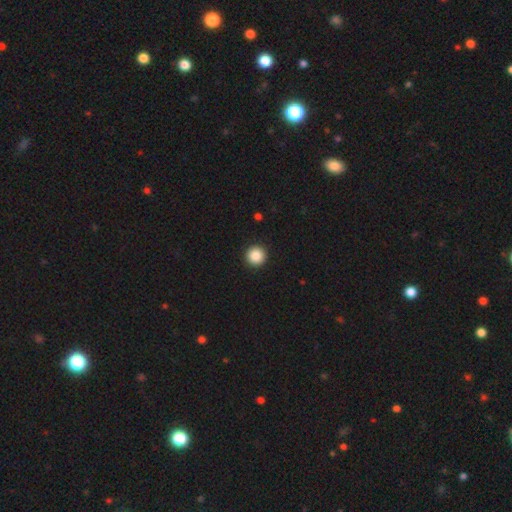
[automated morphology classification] A smooth galaxy with no disk features (88%) that is round (96%).

Vote fractions:
- Smooth or featured? smooth: 88% / star or artifact: 9% / featured or disk: 3%
- How rounded? round: 96% / in between: 3% / cigar-shaped: 1%
- Merging? none: 94% / minor disturbance: 4% / major disturbance: 1% / merger: 1%